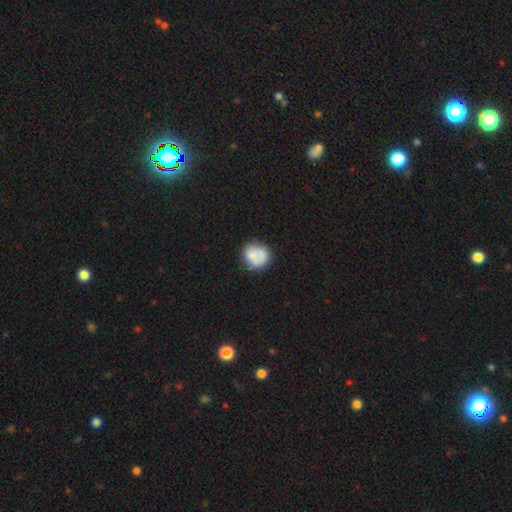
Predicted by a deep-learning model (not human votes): smooth-or-featured: smooth: 72% | featured or disk: 20% | star or artifact: 8%
  how-rounded: round: 73% | in between: 26% | cigar-shaped: 1%
  merging: none: 59% | minor disturbance: 23% | merger: 9% | major disturbance: 9%